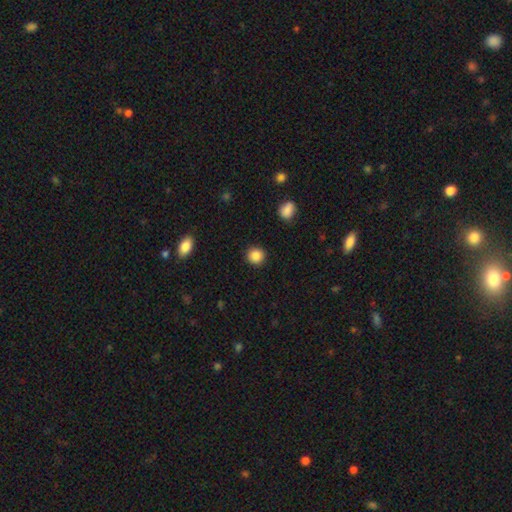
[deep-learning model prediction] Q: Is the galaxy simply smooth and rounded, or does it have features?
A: smooth — 87%.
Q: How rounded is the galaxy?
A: round — 92%.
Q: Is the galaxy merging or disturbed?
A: none — 92%.